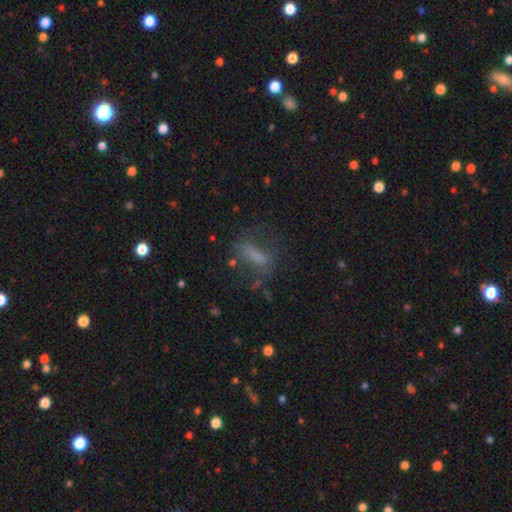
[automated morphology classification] smooth 52%, featured or disk 30%, star or artifact 18%. Down the decision tree: how rounded — in between (50%); merging — none (49%).